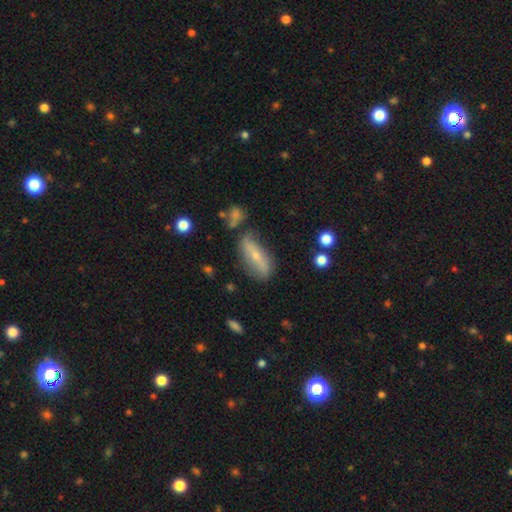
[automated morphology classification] smooth-or-featured: featured or disk: 57% | smooth: 35% | star or artifact: 8%
  disk-edge-on: no: 69% | yes: 31%
  merging: none: 62% | minor disturbance: 22% | major disturbance: 9% | merger: 6%